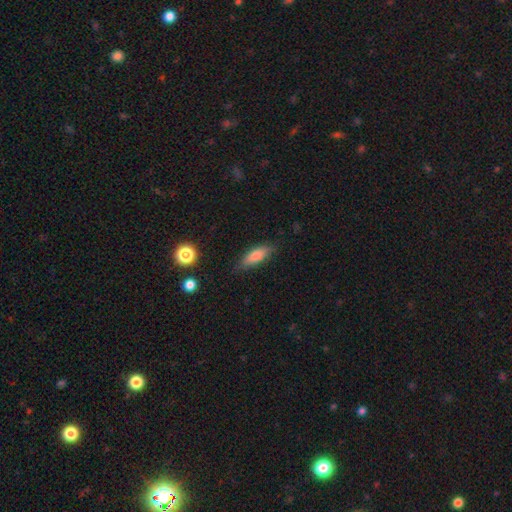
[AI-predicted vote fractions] smooth_or_featured: smooth (p=0.75) [alt: featured or disk p=0.17]
how_rounded: in between (p=0.53) [alt: cigar-shaped p=0.45]
merging: none (p=0.82) [alt: minor disturbance p=0.13]